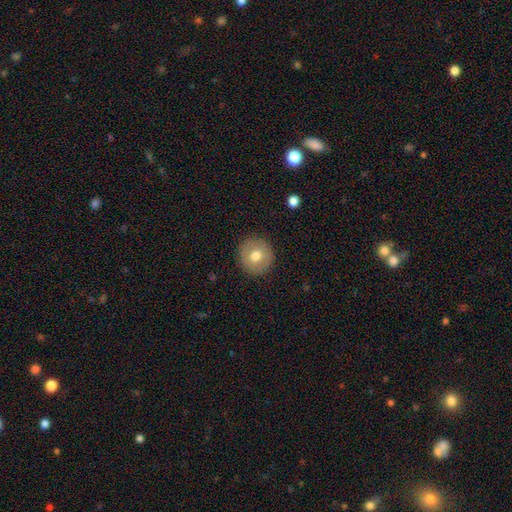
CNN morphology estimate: smooth_or_featured: smooth (p=0.70) [alt: featured or disk p=0.21]
how_rounded: round (p=0.93) [alt: in between p=0.06]
merging: none (p=0.90) [alt: minor disturbance p=0.07]